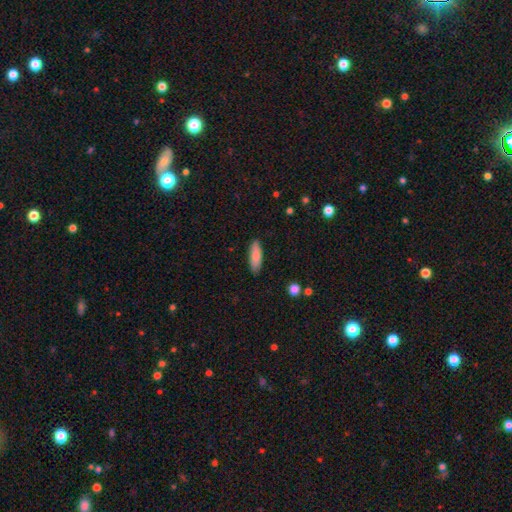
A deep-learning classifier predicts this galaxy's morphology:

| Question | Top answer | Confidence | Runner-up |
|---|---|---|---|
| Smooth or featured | smooth | 84% | featured or disk (10%) |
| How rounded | in between | 51% | cigar-shaped (47%) |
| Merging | none | 88% | minor disturbance (9%) |